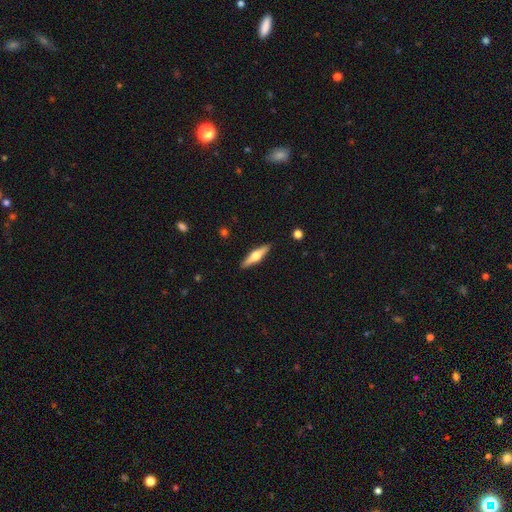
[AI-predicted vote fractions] smooth_or_featured: featured or disk (p=0.64) [alt: smooth p=0.30]
disk_edge_on: yes (p=0.97) [alt: no p=0.03]
edge_on_bulge: rounded (p=0.94) [alt: boxy p=0.04]
merging: none (p=0.91) [alt: minor disturbance p=0.06]